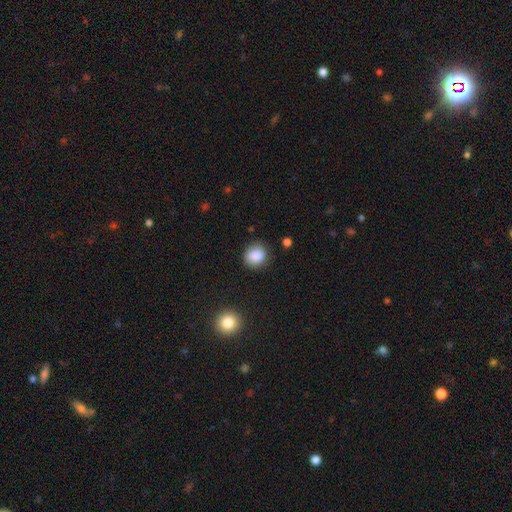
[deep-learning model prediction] smooth 87%, star or artifact 9%, featured or disk 4%. Down the decision tree: how rounded — round (74%); merging — none (82%).